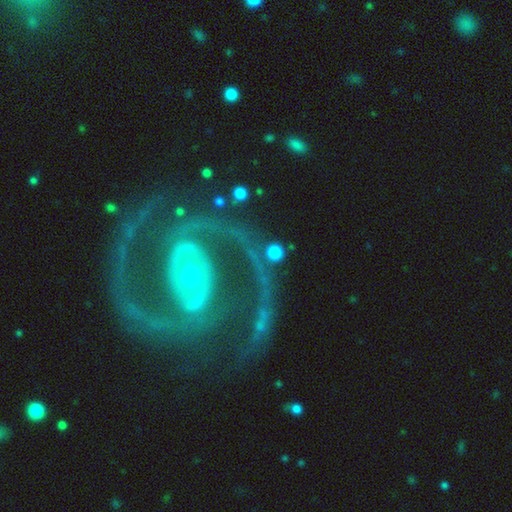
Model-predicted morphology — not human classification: A featured or disk galaxy (92%) with no bar (47%), 2 (89%) medium (50%) spiral arms (97%) and a small central bulge (49%).

Vote fractions:
- Smooth or featured? featured or disk: 92% / star or artifact: 5% / smooth: 3%
- Edge-on disk? no: 98% / yes: 2%
- Bar? no: 47% / weak: 27% / strong: 25%
- Spiral arms? yes: 97% / no: 3%
- Spiral winding? medium: 50% / tight: 37% / loose: 13%
- Spiral arm count? 2: 89% / 3: 3% / can't tell: 3% / 1: 2% / 4: 2% / more than 4: 2%
- Bulge size? small: 49% / moderate: 44% / large: 4% / dominant: 1% / none: 1%
- Merging? none: 75% / minor disturbance: 13% / major disturbance: 10% / merger: 2%